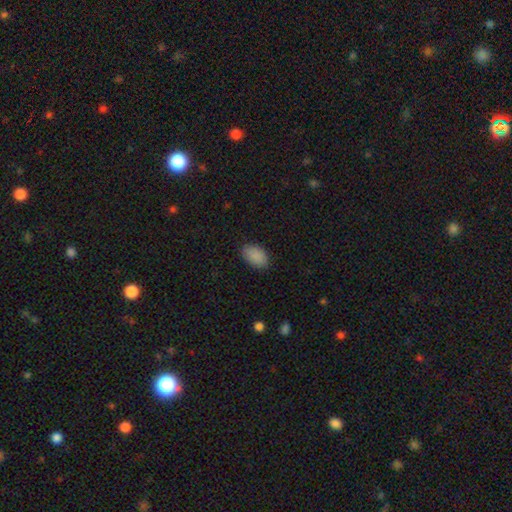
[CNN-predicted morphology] This appears to be a smooth galaxy with no disk features (89%) that is in between round and cigar-shaped (91%). Merging: none (85%).